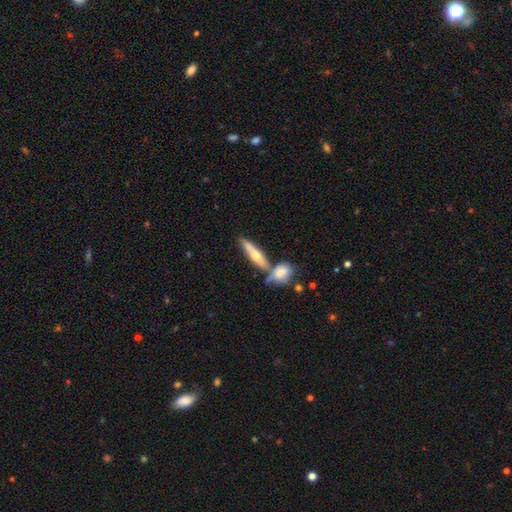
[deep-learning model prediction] smooth-or-featured: smooth: 48% | featured or disk: 46% | star or artifact: 6%
  merging: none: 53% | merger: 30% | minor disturbance: 12% | major disturbance: 4%